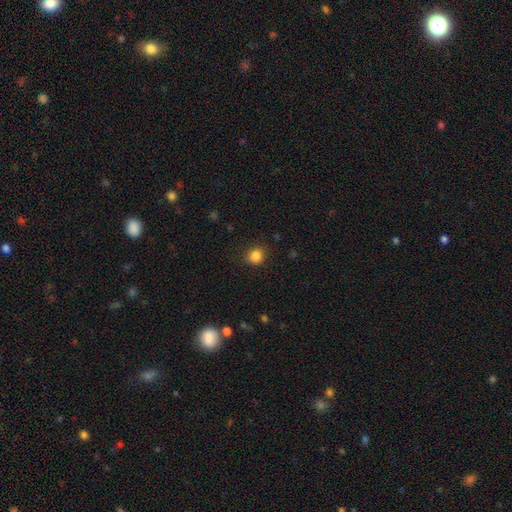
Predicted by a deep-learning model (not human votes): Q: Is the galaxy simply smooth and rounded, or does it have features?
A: smooth — 85%.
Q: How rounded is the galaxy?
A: round — 85%.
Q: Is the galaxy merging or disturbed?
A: none — 87%.